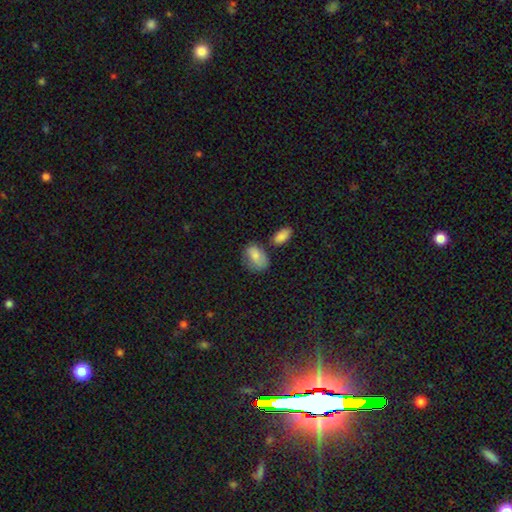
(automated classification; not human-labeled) A smooth galaxy with no disk features (80%) that is in between round and cigar-shaped (83%). Merging: none (51%).